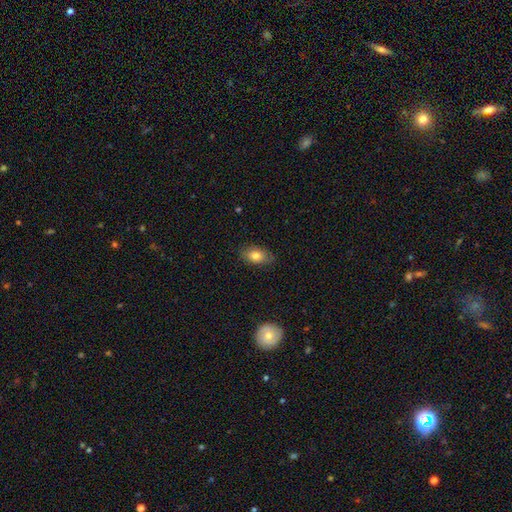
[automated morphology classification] Q: Smooth or featured?
A: smooth (80%); runner-up: featured or disk (11%)
Q: How rounded?
A: in between (87%); runner-up: round (11%)
Q: Merging?
A: none (83%); runner-up: minor disturbance (13%)